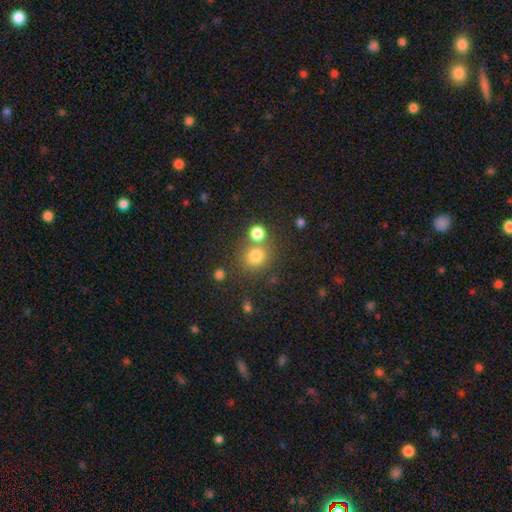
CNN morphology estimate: Overall: smooth (78%). How rounded: round (84%). Merging: none (64%; merger 24%).